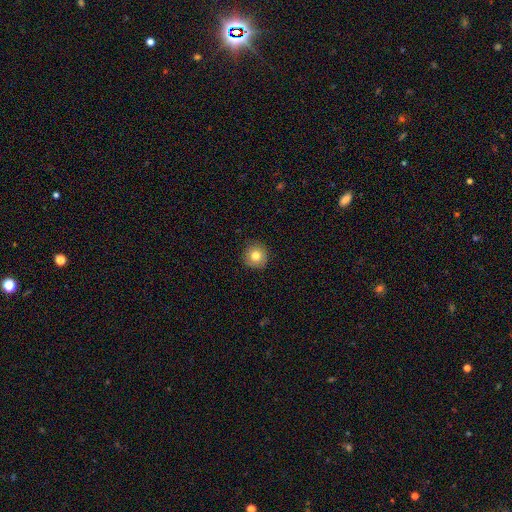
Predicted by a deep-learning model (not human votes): This appears to be a smooth galaxy with no disk features (80%) that is round (94%). Merging: none (91%).